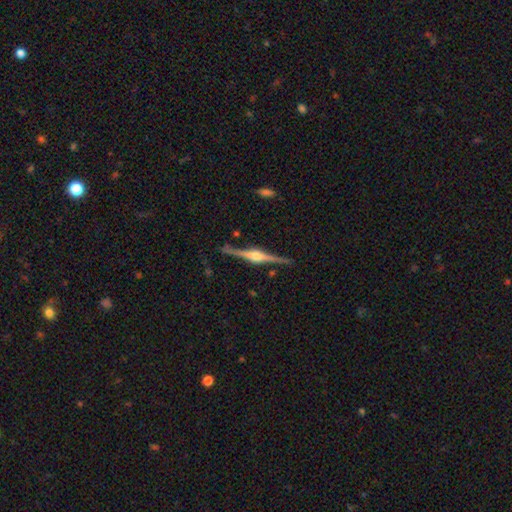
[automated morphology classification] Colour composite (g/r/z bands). It shows a featured or disk galaxy (88%) viewed edge-on (98%) with a rounded central bulge (92%). Merging: none (88%).